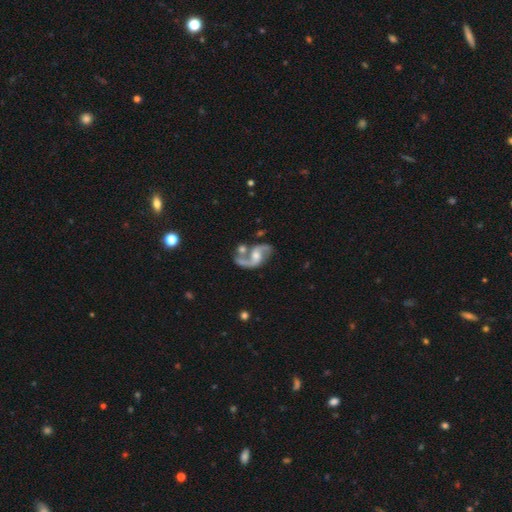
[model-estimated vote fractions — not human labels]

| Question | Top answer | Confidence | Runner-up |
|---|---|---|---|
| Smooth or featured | featured or disk | 89% | smooth (6%) |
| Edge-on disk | no | 98% | yes (2%) |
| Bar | no | 46% | weak (41%) |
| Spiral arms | yes | 96% | no (4%) |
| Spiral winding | loose | 57% | medium (36%) |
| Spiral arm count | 2 | 91% | 1 (4%) |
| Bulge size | moderate | 54% | small (32%) |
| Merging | none | 49% | merger (25%) |